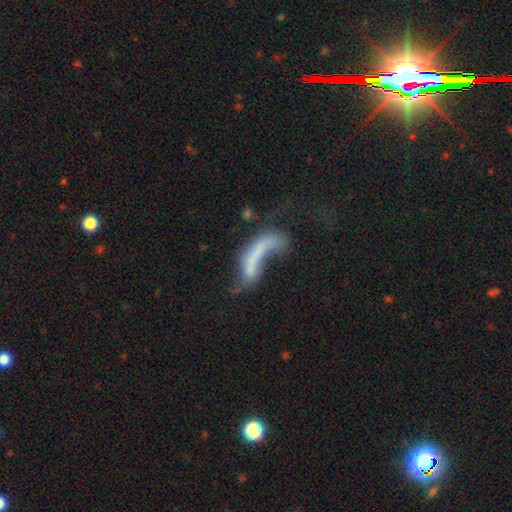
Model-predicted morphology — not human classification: Smooth or featured? featured or disk (45%)
Merging? major disturbance (45%)